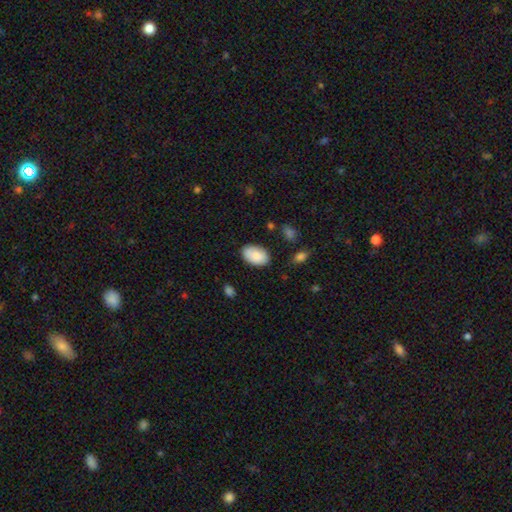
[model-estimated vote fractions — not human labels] Q: Smooth or featured?
A: smooth (87%); runner-up: featured or disk (7%)
Q: How rounded?
A: in between (93%); runner-up: round (6%)
Q: Merging?
A: none (79%); runner-up: minor disturbance (16%)